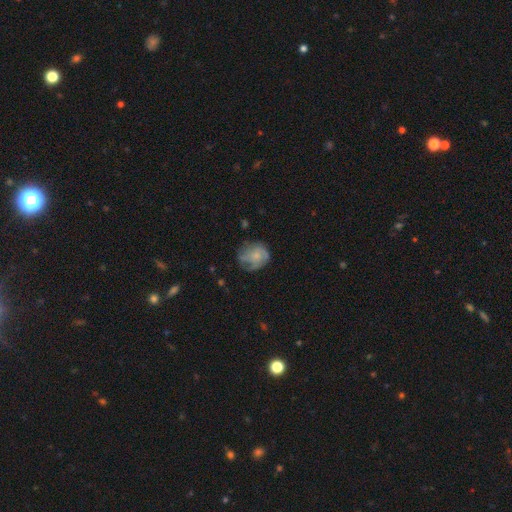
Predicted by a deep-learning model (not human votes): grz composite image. It shows a smooth galaxy with no disk features (48%). Merging: none (56%).